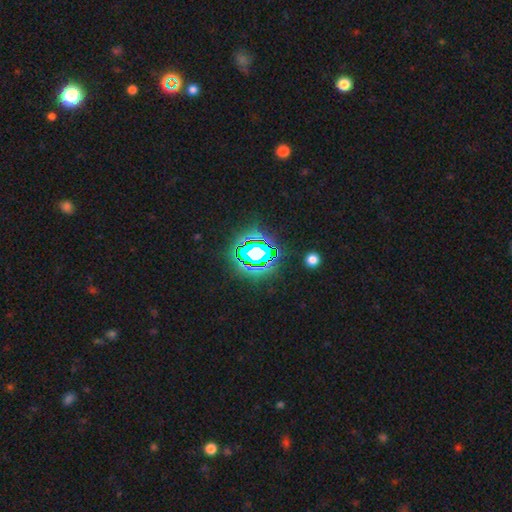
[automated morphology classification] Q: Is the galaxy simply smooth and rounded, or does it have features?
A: star or artifact — 72%.